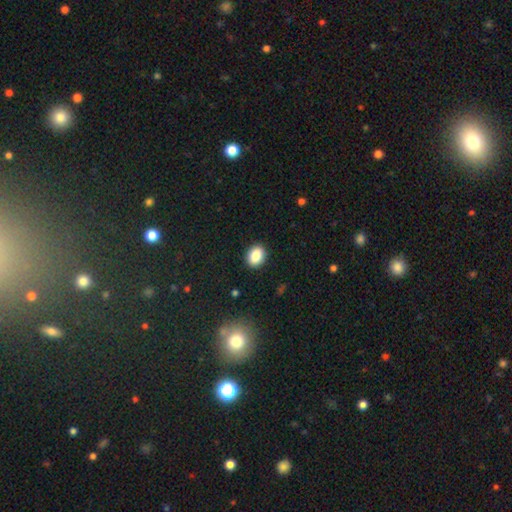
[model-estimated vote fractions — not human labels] Overall: smooth (85%). How rounded: in between (64%; round 35%). Merging: none (90%).